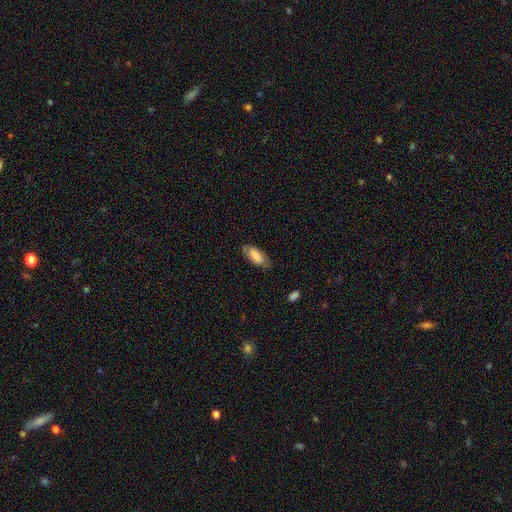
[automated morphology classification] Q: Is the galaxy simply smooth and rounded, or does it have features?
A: smooth — 69%.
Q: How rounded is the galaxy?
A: in between — 81%.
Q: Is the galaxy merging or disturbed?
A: none — 74%.